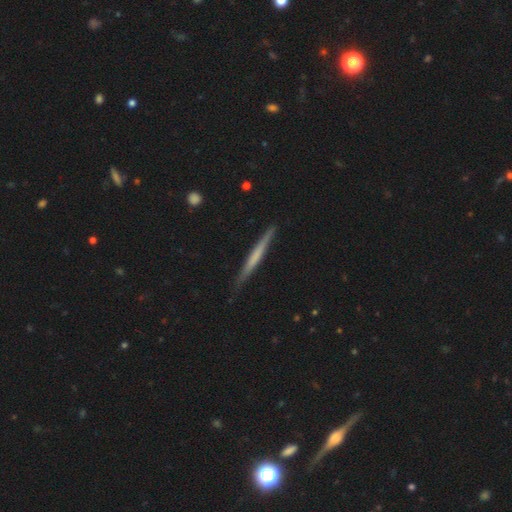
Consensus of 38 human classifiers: This is likely a smooth galaxy (61%). How rounded: clearly cigar-shaped (96%). Merging: clearly none (97%).